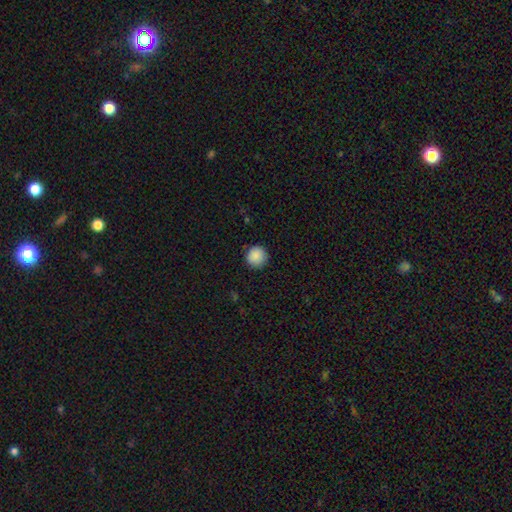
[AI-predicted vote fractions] Morphology: type=smooth (89%); roundness=round (95%); merging=none (90%).